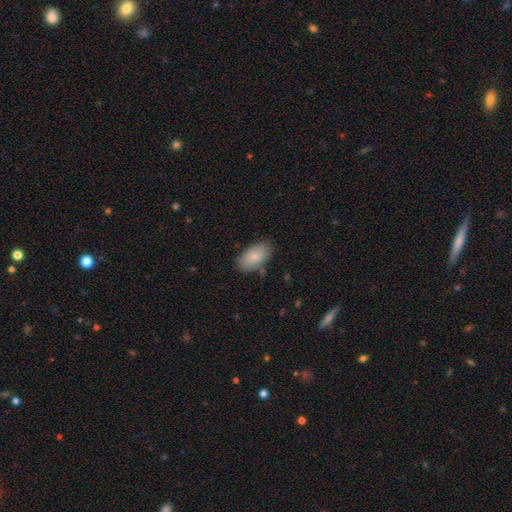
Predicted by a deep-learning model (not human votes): smooth_or_featured: smooth (p=0.85) [alt: featured or disk p=0.08]
how_rounded: in between (p=0.94) [alt: round p=0.04]
merging: none (p=0.79) [alt: minor disturbance p=0.15]